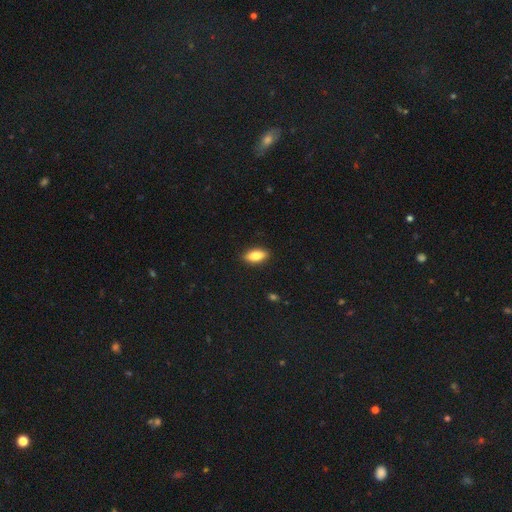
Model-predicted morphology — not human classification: Smooth or featured? Predicted: smooth (p=0.81). How rounded? Predicted: in between (p=0.81). Merging? Predicted: none (p=0.89).